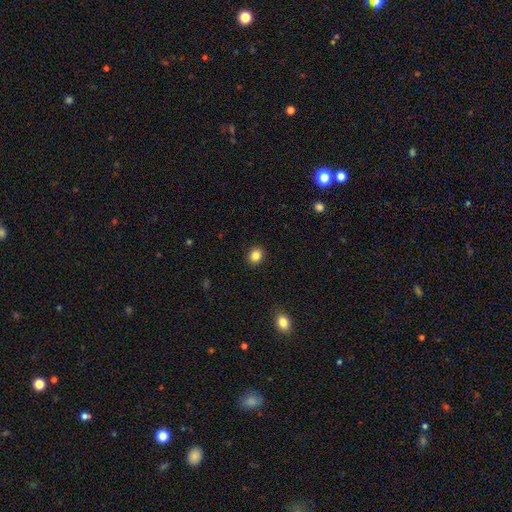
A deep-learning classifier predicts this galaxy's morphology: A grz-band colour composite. It shows a smooth galaxy with no disk features (85%) that is round (74%). Merging: none (92%).